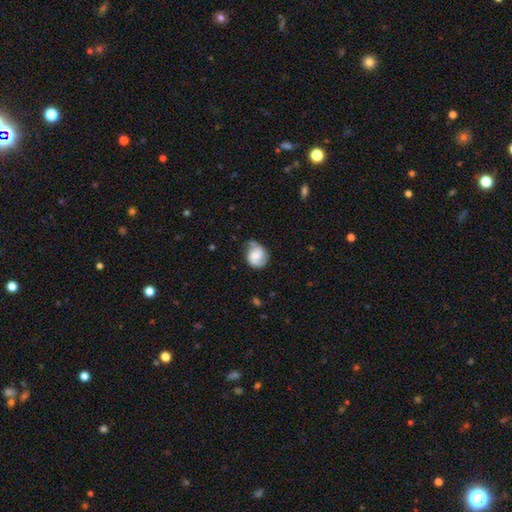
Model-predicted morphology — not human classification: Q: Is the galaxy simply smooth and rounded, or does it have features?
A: featured or disk — 54%.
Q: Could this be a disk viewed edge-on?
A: no — 98%.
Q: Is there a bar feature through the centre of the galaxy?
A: no — 61%.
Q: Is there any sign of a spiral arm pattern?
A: yes — 89%.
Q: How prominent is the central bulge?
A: small — 40%.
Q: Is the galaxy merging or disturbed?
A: none — 51%.